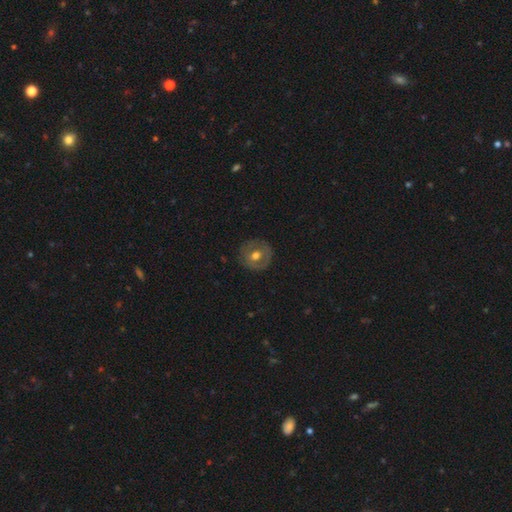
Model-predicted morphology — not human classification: Smooth or featured? smooth (47%)
Merging? none (83%)